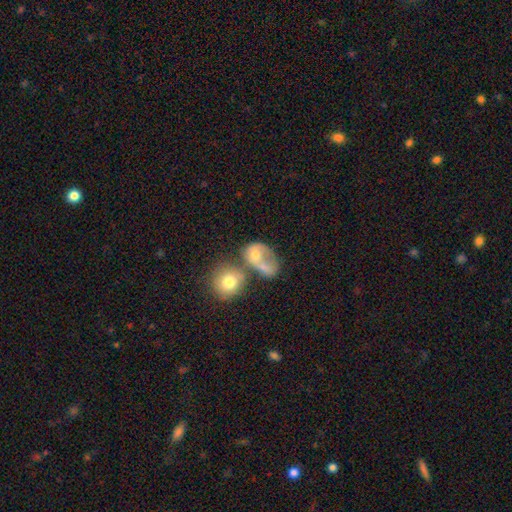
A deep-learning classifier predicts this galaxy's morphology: Overall: smooth (58%; featured or disk 30%). How rounded: round (50%; in between 48%). Merging: merger (47%; none 24%).